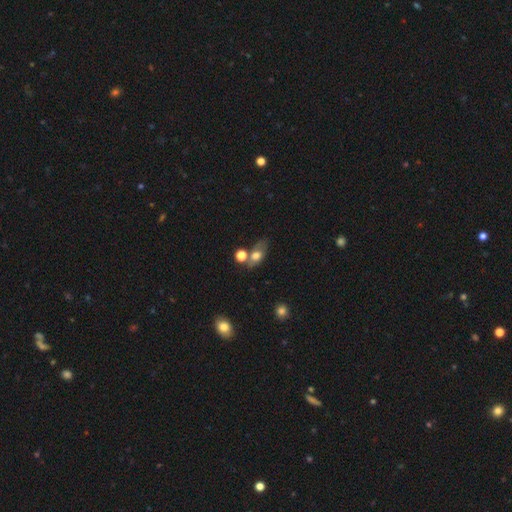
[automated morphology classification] type=smooth (68%); roundness=in between (75%); merging=none (49%).